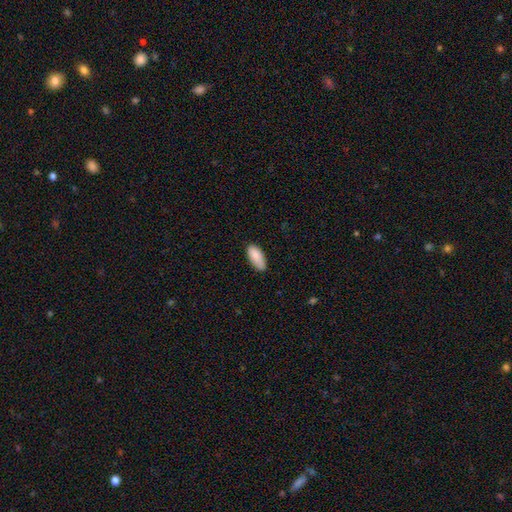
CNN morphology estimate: smooth-or-featured: smooth: 88% | star or artifact: 7% | featured or disk: 6%
  how-rounded: in between: 89% | cigar-shaped: 10% | round: 2%
  merging: none: 75% | minor disturbance: 21% | major disturbance: 3% | merger: 1%